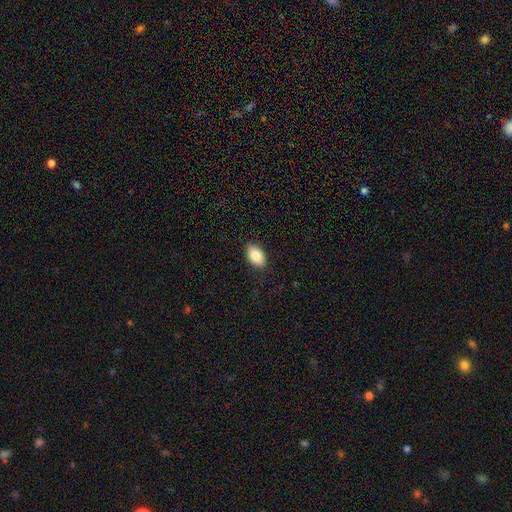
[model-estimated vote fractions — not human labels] Smooth or featured? Predicted: smooth (p=0.85). How rounded? Predicted: in between (p=0.92). Merging? Predicted: none (p=0.89).